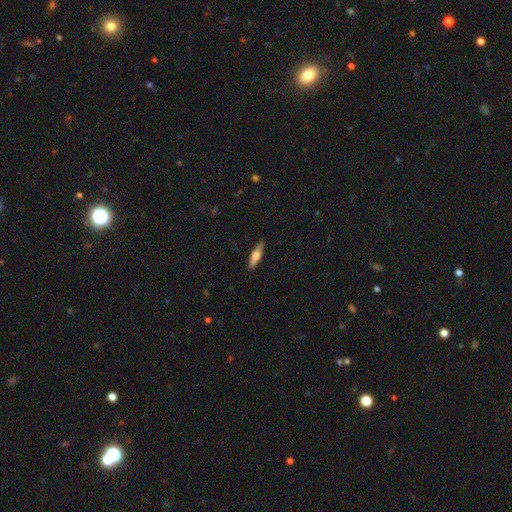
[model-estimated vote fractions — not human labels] This appears to be a smooth galaxy with no disk features (52%) that is cigar-shaped (72%). Merging: none (88%).